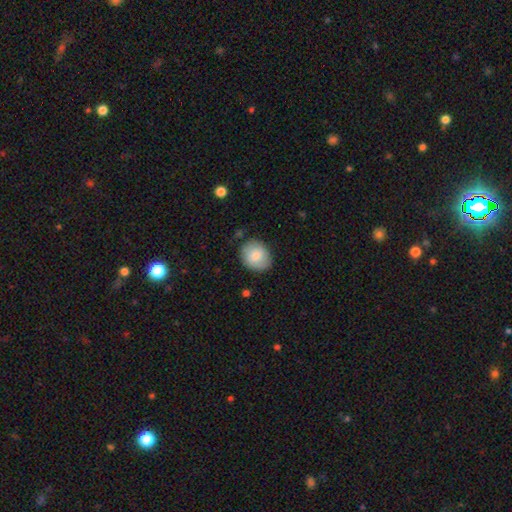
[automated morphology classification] Smooth or featured?
  - smooth: 79% *
  - featured or disk: 14%
  - star or artifact: 7%
How rounded?
  - round: 71% *
  - in between: 28%
  - cigar-shaped: 1%
Merging?
  - none: 80% *
  - minor disturbance: 15%
  - major disturbance: 3%
  - merger: 2%